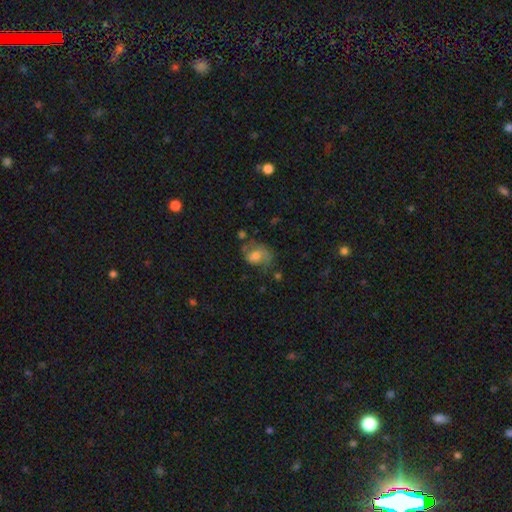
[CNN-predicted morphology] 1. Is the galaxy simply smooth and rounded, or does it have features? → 49% smooth, 39% featured or disk, 12% star or artifact.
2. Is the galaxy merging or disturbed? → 35% none, 33% major disturbance, 25% minor disturbance, 6% merger.